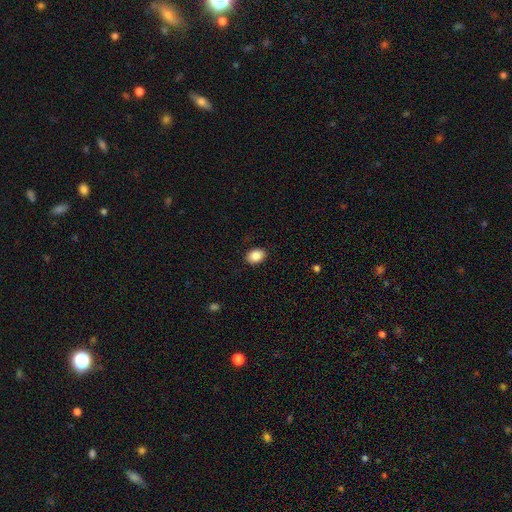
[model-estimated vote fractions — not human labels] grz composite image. It shows a smooth galaxy with no disk features (88%) that is in between round and cigar-shaped (79%). Merging: none (88%).